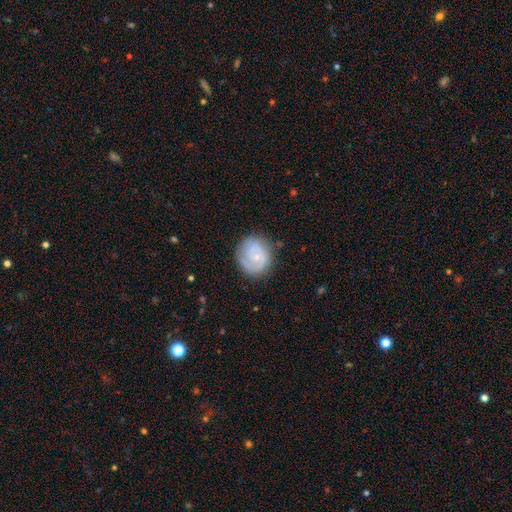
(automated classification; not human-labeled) Smooth or featured?
  - featured or disk: 66% *
  - smooth: 28%
  - star or artifact: 6%
Edge-on disk?
  - no: 98% *
  - yes: 2%
Bar?
  - no: 65% *
  - weak: 30%
  - strong: 4%
Spiral arms?
  - yes: 88% *
  - no: 12%
Spiral winding?
  - tight: 56% *
  - medium: 33%
  - loose: 10%
Spiral arm count?
  - 2: 51% *
  - can't tell: 21%
  - 1: 15%
  - 3: 8%
  - 4: 2%
  - more than 4: 2%
Bulge size?
  - small: 72% *
  - moderate: 20%
  - none: 6%
  - large: 1%
  - dominant: 1%
Merging?
  - none: 79% *
  - minor disturbance: 15%
  - major disturbance: 5%
  - merger: 1%